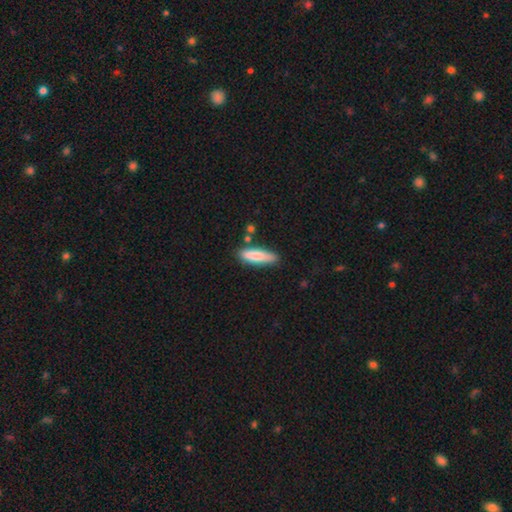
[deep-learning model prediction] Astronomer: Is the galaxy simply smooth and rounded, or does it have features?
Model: smooth — 80%.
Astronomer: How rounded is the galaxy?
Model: cigar-shaped — 65%.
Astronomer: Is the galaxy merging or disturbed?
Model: none — 77%.